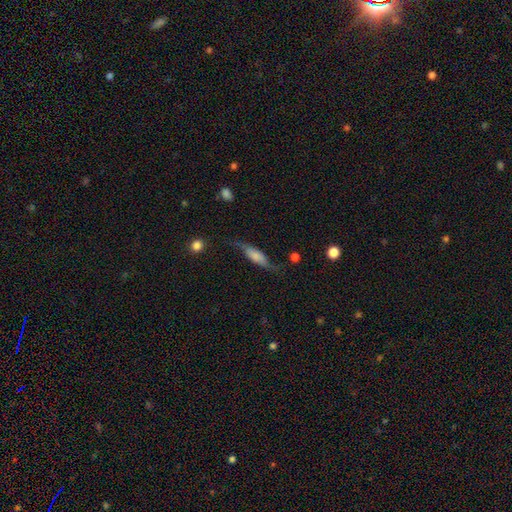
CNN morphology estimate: Smooth or featured? featured or disk (47%)
Merging? none (60%)